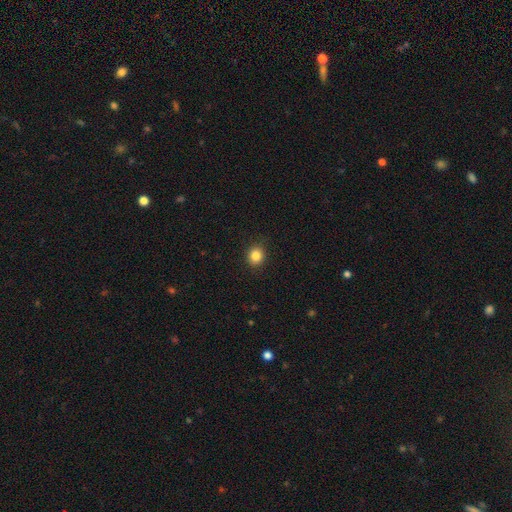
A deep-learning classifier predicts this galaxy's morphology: Q: Smooth or featured?
A: smooth (85%); runner-up: star or artifact (11%)
Q: How rounded?
A: round (84%); runner-up: in between (15%)
Q: Merging?
A: none (89%); runner-up: minor disturbance (8%)